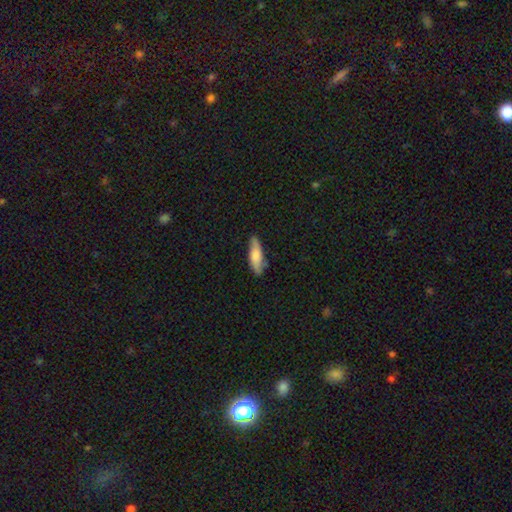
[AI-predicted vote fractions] A smooth galaxy with no disk features (69%) that is cigar-shaped (52%). Merging: none (79%).